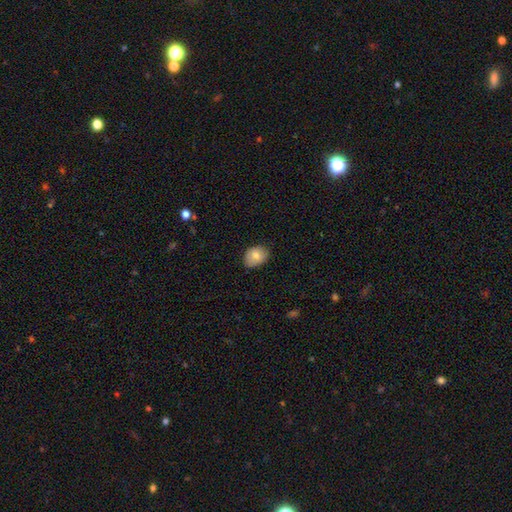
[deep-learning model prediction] smooth_or_featured: smooth (p=0.79) [alt: featured or disk p=0.14]
how_rounded: in between (p=0.69) [alt: round p=0.30]
merging: none (p=0.76) [alt: minor disturbance p=0.20]